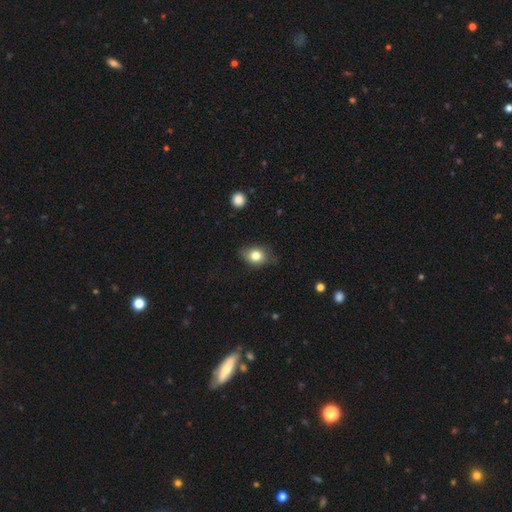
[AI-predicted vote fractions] Smooth or featured? smooth (78%)
How rounded? in between (69%)
Merging? none (73%)